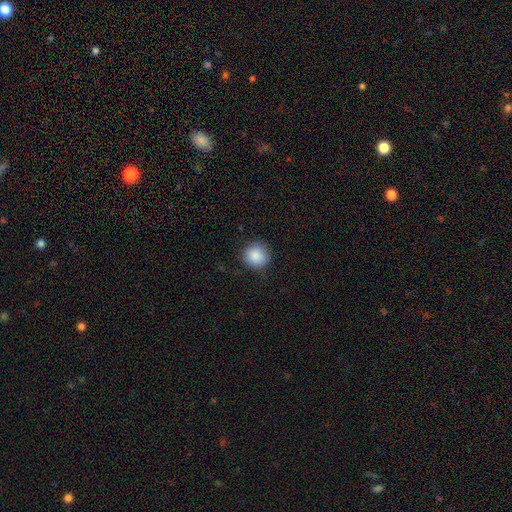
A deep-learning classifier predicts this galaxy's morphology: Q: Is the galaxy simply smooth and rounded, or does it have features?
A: smooth — 88%.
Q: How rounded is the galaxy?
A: round — 93%.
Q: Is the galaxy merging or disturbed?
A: none — 84%.